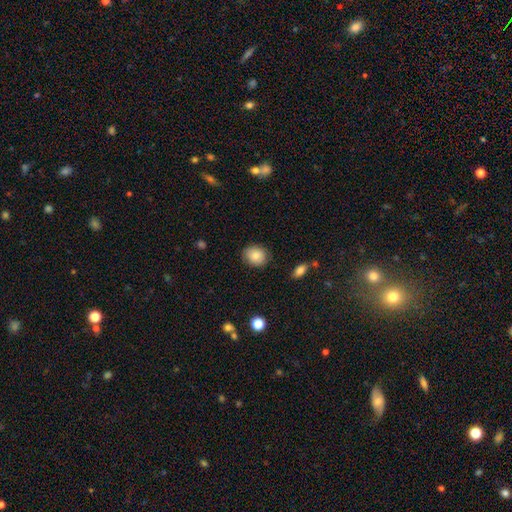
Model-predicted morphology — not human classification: smooth-or-featured: smooth: 82% | featured or disk: 10% | star or artifact: 8%
  how-rounded: round: 62% | in between: 37% | cigar-shaped: 1%
  merging: none: 82% | minor disturbance: 14% | major disturbance: 3% | merger: 1%